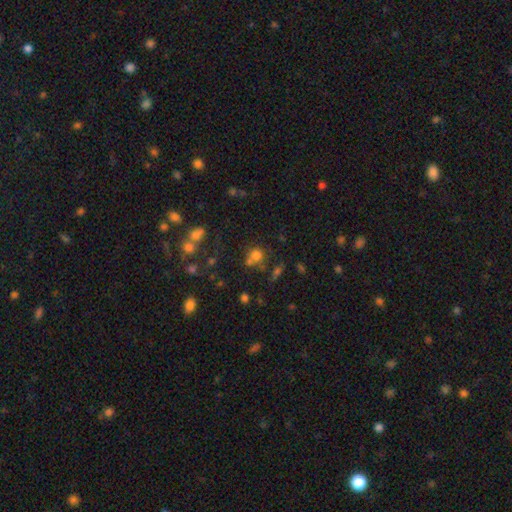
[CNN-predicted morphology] Overall: smooth (70%). How rounded: round (77%). Merging: none (49%; merger 31%).